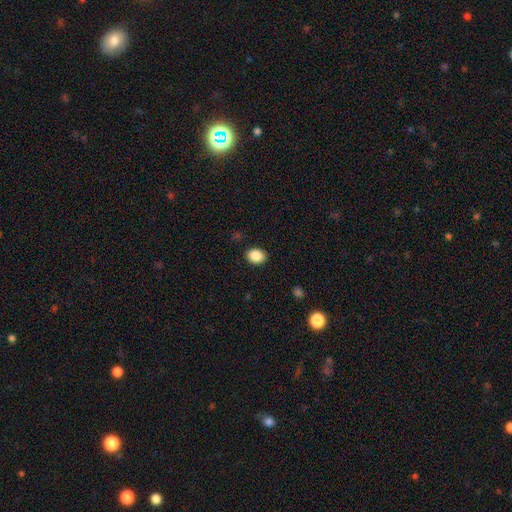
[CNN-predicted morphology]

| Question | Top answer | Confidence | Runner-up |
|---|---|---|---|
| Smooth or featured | smooth | 87% | star or artifact (9%) |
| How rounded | in between | 53% | round (46%) |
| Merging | none | 90% | minor disturbance (7%) |